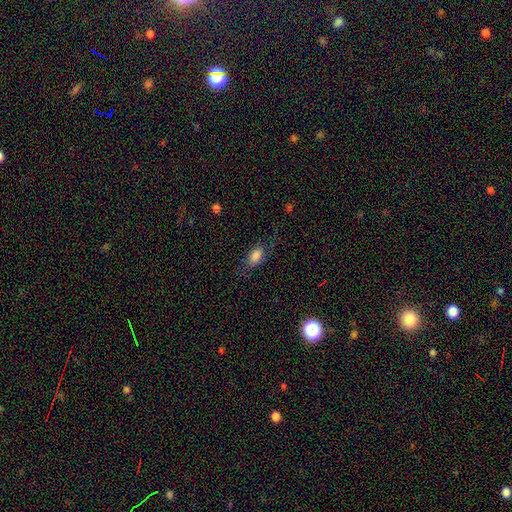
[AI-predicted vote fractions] A smooth galaxy with no disk features (71%) that is in between round and cigar-shaped (83%). Merging: none (66%).